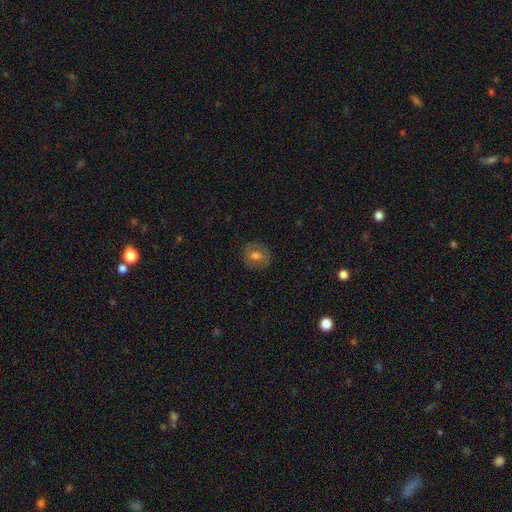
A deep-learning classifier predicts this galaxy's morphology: Smooth or featured: smooth — 61% (featured or disk — 28%)
How rounded: round — 79% (in between — 20%)
Merging: none — 85% (minor disturbance — 11%)